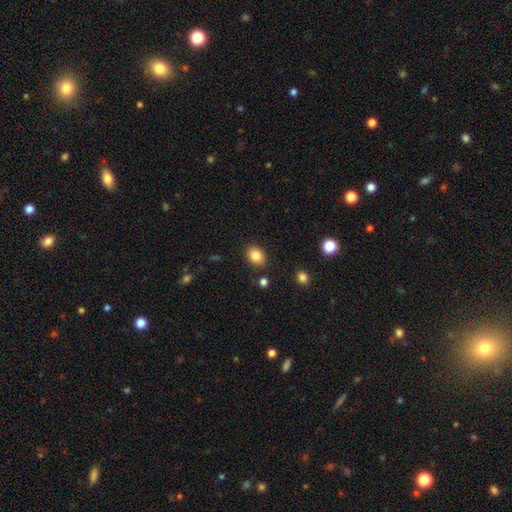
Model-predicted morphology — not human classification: Smooth or featured?
  - smooth: 84% *
  - star or artifact: 9%
  - featured or disk: 6%
How rounded?
  - in between: 52% *
  - round: 47%
  - cigar-shaped: 1%
Merging?
  - none: 87% *
  - minor disturbance: 8%
  - major disturbance: 2%
  - merger: 2%